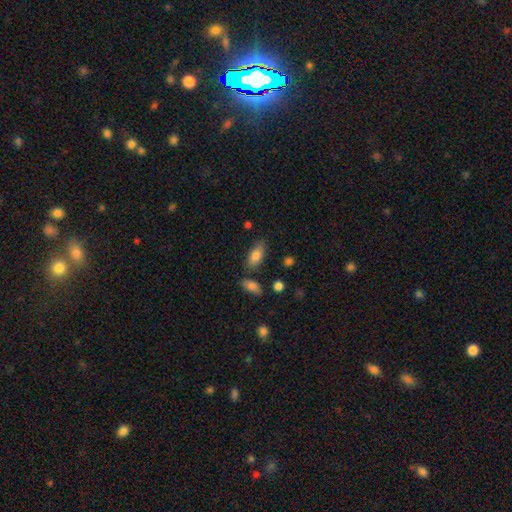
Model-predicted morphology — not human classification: This appears to be a smooth galaxy with no disk features (80%) that is in between round and cigar-shaped (86%). Merging: none (75%).